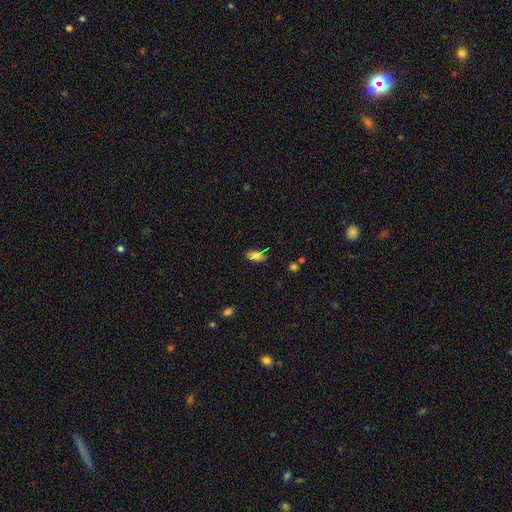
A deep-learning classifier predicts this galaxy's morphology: A smooth galaxy with no disk features (70%) that is in between round and cigar-shaped (85%). Merging: none (75%).